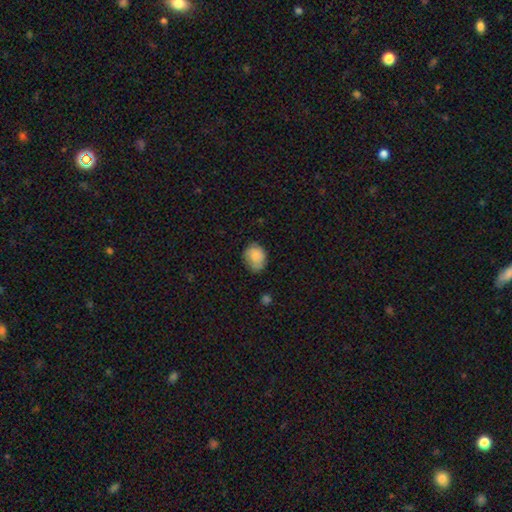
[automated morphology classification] Smooth or featured? Predicted: smooth (p=0.84). How rounded? Predicted: in between (p=0.53). Merging? Predicted: none (p=0.58).